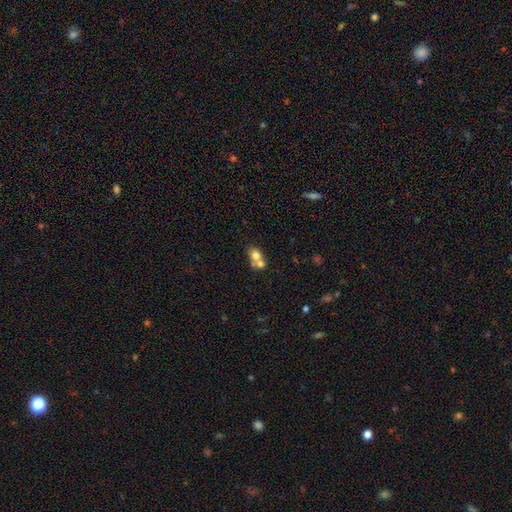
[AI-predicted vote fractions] Smooth or featured? smooth (70%)
How rounded? round (58%)
Merging? merger (65%)